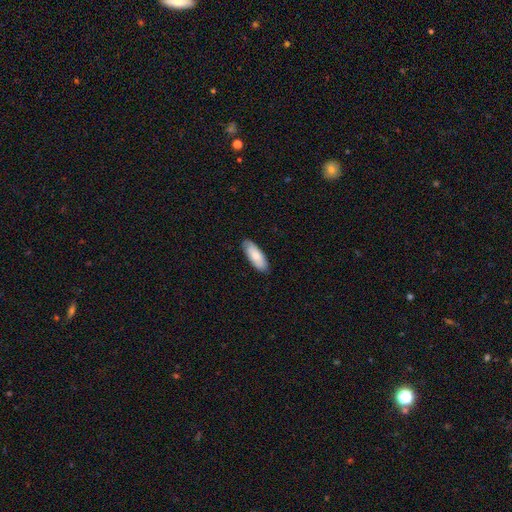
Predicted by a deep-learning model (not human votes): Smooth or featured? smooth (78%)
How rounded? in between (77%)
Merging? none (86%)